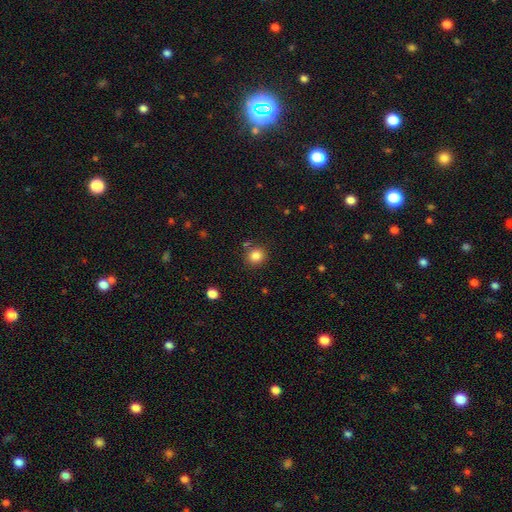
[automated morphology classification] smooth 84%, star or artifact 11%, featured or disk 5%. Down the decision tree: how rounded — round (88%); merging — none (84%).